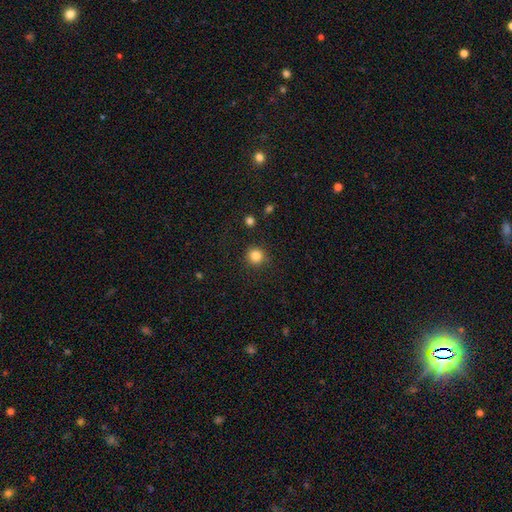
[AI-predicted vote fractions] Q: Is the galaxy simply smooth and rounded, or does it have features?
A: smooth — 84%.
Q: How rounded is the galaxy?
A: round — 91%.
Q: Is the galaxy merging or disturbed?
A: none — 89%.